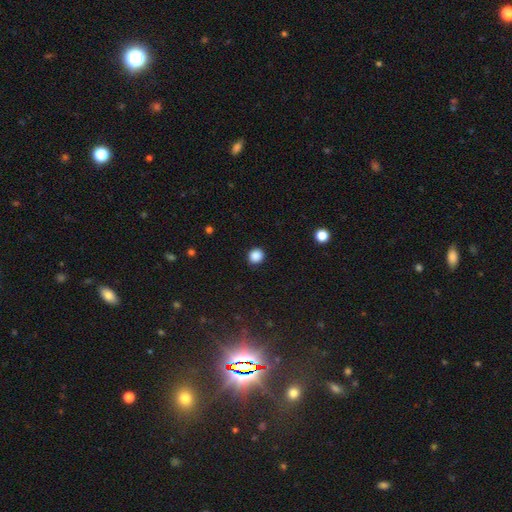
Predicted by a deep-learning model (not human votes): smooth 87%, star or artifact 10%, featured or disk 3%. Down the decision tree: how rounded — round (81%); merging — none (90%).